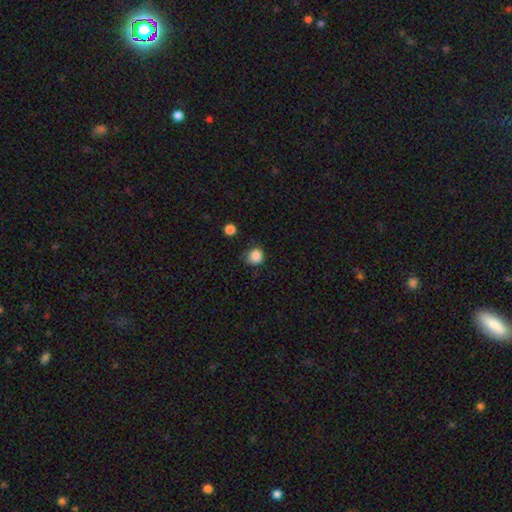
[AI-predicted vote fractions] This appears to be a smooth galaxy with no disk features (86%) that is round (86%). Merging: none (72%).